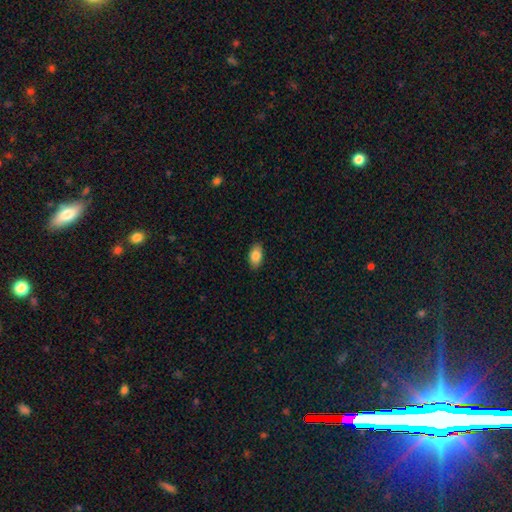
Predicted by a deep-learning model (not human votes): A smooth galaxy with no disk features (85%) that is in between round and cigar-shaped (92%). Merging: none (88%).